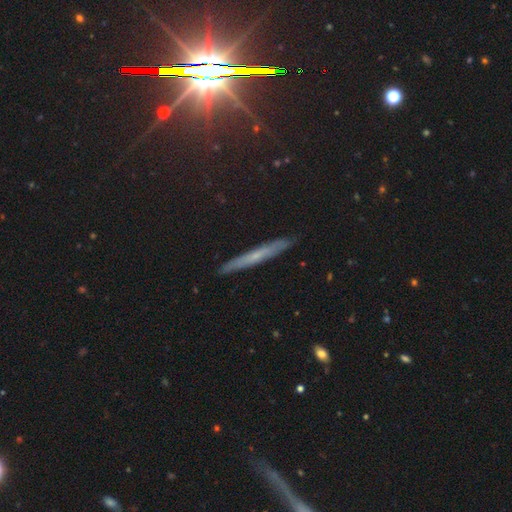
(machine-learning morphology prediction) Smooth or featured? featured or disk (52%)
Edge-on disk? yes (92%)
Merging? none (90%)